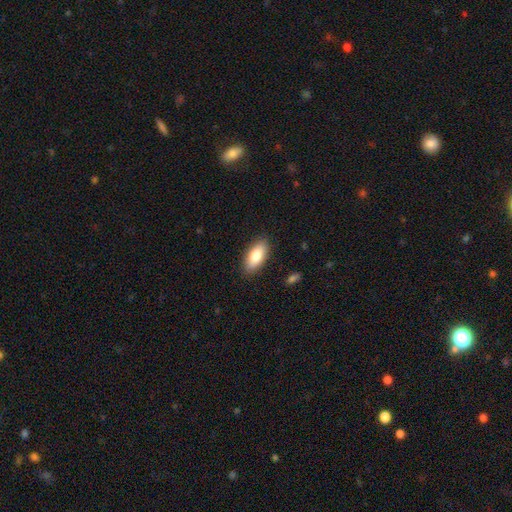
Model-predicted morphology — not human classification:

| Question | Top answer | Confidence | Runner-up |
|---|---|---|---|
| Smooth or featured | smooth | 82% | featured or disk (11%) |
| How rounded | in between | 85% | cigar-shaped (12%) |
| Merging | none | 88% | minor disturbance (9%) |